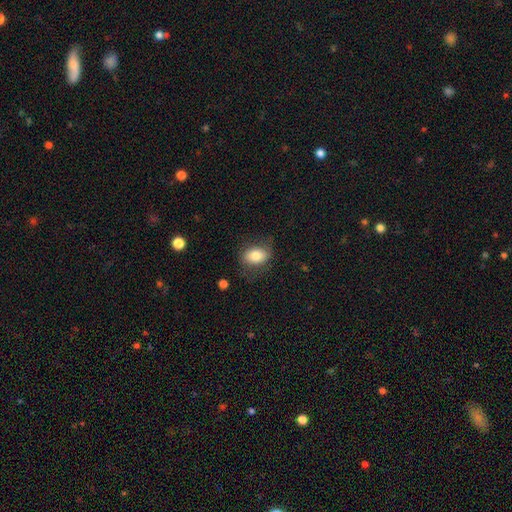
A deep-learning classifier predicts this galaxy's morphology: type=smooth (78%); roundness=in between (79%); merging=none (73%).